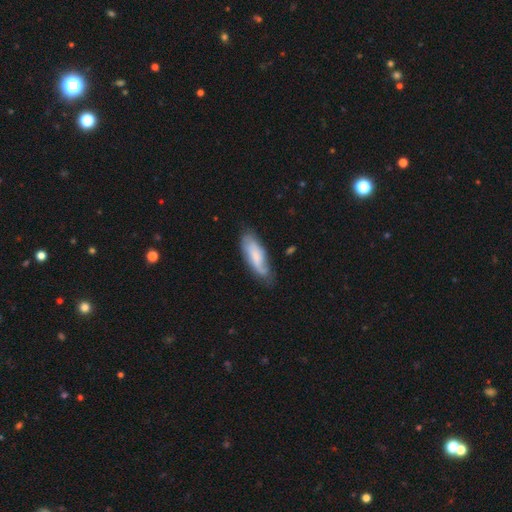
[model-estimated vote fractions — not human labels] This appears to be a smooth galaxy with no disk features (56%) that is in between round and cigar-shaped (67%). Merging: none (63%).